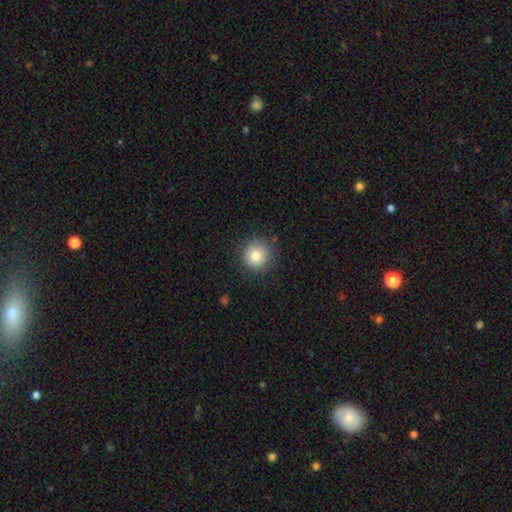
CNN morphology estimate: This is clearly a smooth galaxy (82%). How rounded: clearly round (94%). Merging: clearly none (83%).